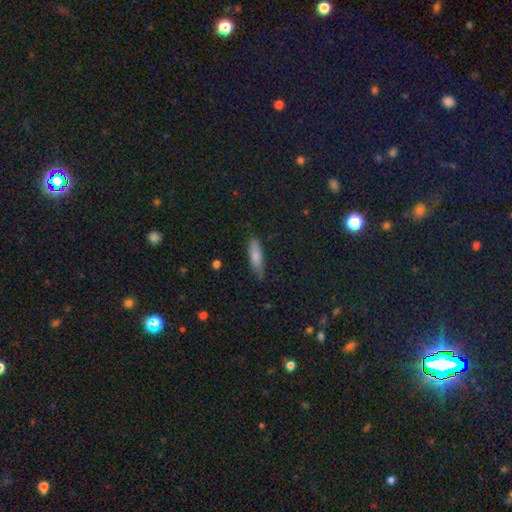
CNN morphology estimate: This appears to be a smooth galaxy with no disk features (78%) that is cigar-shaped (53%). Merging: none (77%).